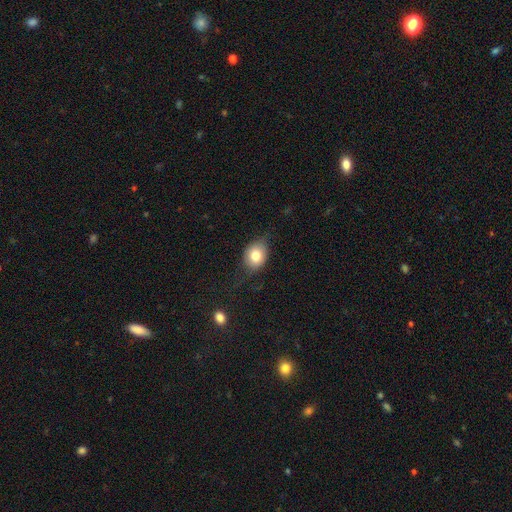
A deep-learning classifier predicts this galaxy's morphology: smooth_or_featured: smooth (p=0.76) [alt: featured or disk p=0.15]
how_rounded: in between (p=0.54) [alt: round p=0.45]
merging: none (p=0.61) [alt: minor disturbance p=0.27]